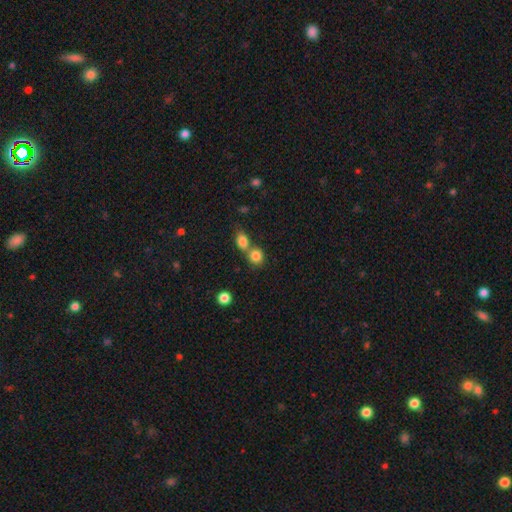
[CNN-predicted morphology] Smooth or featured: smooth — 83% (star or artifact — 10%)
How rounded: round — 78% (in between — 20%)
Merging: merger — 49% (none — 42%)